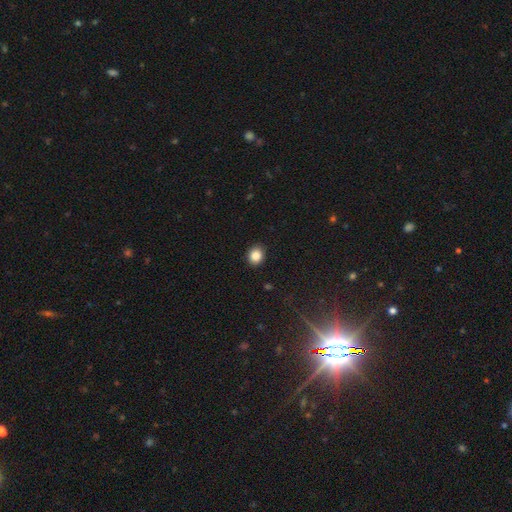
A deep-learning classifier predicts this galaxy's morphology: A smooth galaxy with no disk features (87%) that is round (70%).

Vote fractions:
- Smooth or featured? smooth: 87% / star or artifact: 10% / featured or disk: 4%
- How rounded? round: 70% / in between: 29% / cigar-shaped: 1%
- Merging? none: 90% / minor disturbance: 7% / major disturbance: 2% / merger: 1%